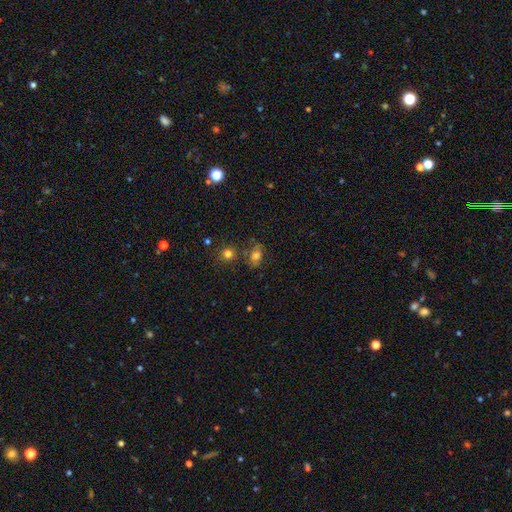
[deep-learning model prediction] Smooth or featured? smooth (71%)
How rounded? in between (56%)
Merging? none (60%)